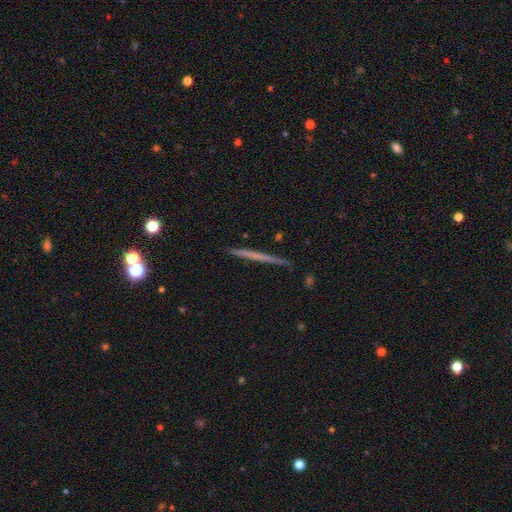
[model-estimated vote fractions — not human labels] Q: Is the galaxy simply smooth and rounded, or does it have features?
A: featured or disk — 51%.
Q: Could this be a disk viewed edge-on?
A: yes — 97%.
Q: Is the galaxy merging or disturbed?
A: none — 91%.